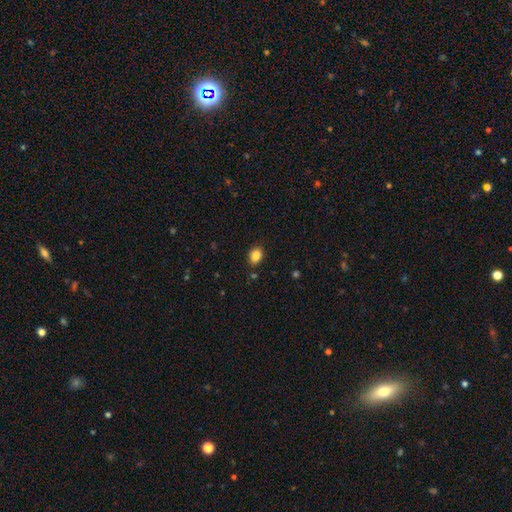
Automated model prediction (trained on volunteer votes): Smooth or featured: smooth — 86% (star or artifact — 9%)
How rounded: in between — 70% (round — 29%)
Merging: none — 85% (minor disturbance — 10%)